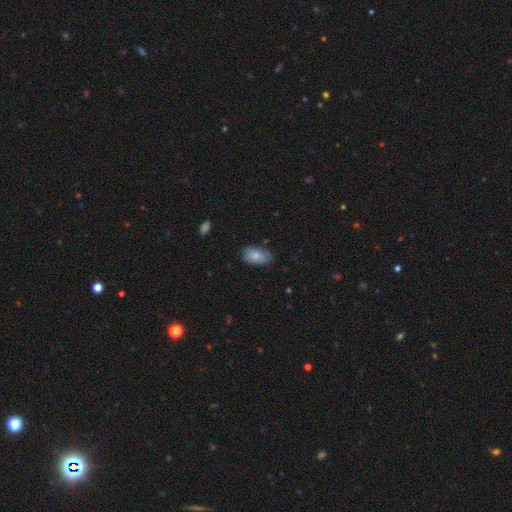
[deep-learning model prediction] Smooth or featured?
  - smooth: 80% *
  - featured or disk: 13%
  - star or artifact: 7%
How rounded?
  - in between: 92% *
  - round: 6%
  - cigar-shaped: 2%
Merging?
  - none: 78% *
  - minor disturbance: 18%
  - major disturbance: 3%
  - merger: 1%